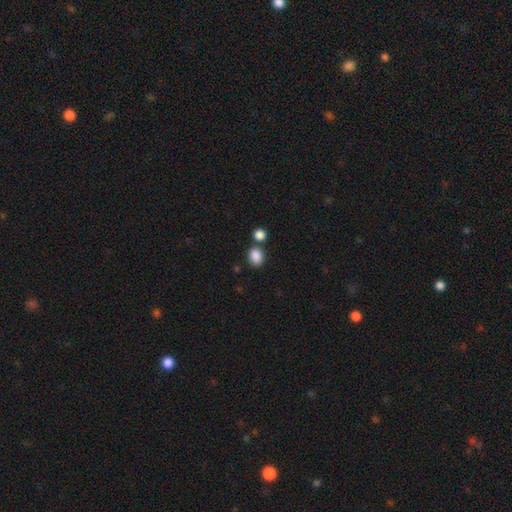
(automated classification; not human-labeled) smooth_or_featured: smooth (p=0.87) [alt: star or artifact p=0.09]
how_rounded: in between (p=0.55) [alt: round p=0.44]
merging: none (p=0.64) [alt: merger p=0.21]